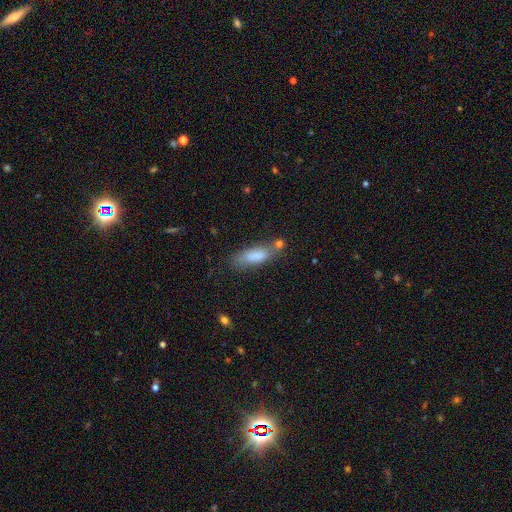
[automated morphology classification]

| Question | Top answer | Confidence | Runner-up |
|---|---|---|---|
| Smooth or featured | smooth | 79% | featured or disk (13%) |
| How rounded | in between | 57% | cigar-shaped (41%) |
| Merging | none | 58% | minor disturbance (22%) |